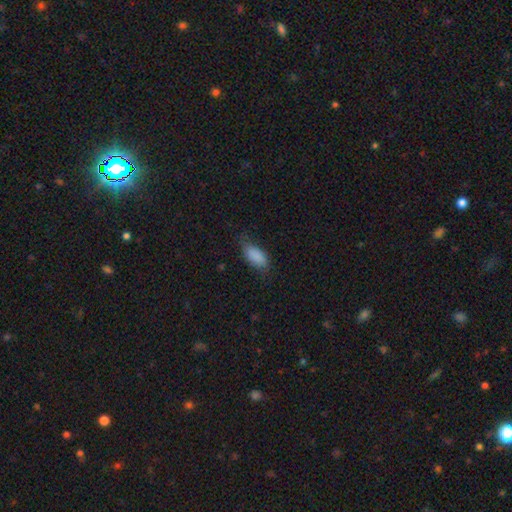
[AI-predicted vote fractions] Smooth or featured? smooth (86%)
How rounded? in between (91%)
Merging? none (61%)